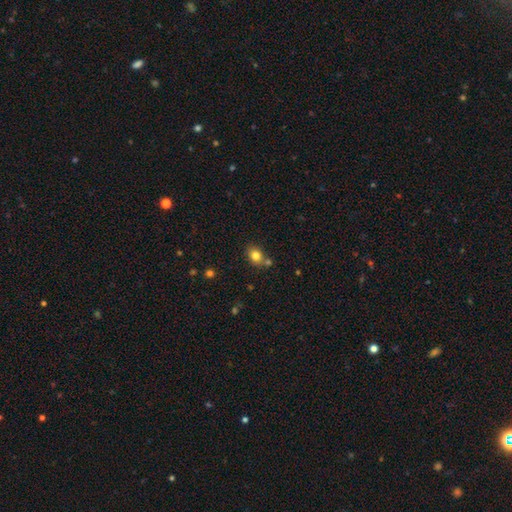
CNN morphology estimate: Smooth or featured?
  - smooth: 80% *
  - star or artifact: 11%
  - featured or disk: 8%
How rounded?
  - round: 53% *
  - in between: 46%
  - cigar-shaped: 1%
Merging?
  - none: 68% *
  - merger: 16%
  - minor disturbance: 13%
  - major disturbance: 3%